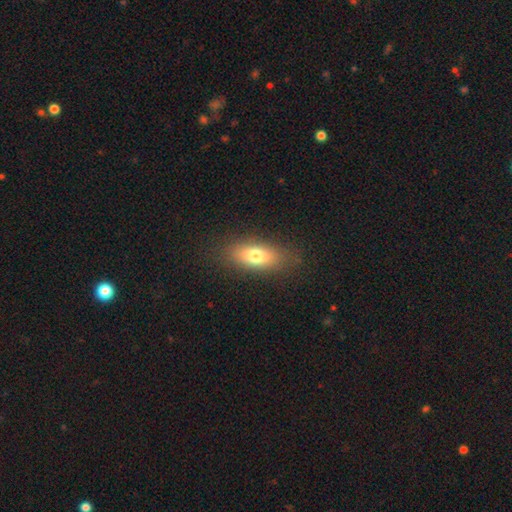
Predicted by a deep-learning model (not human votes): Smooth or featured? Predicted: smooth (p=0.73). How rounded? Predicted: in between (p=0.76). Merging? Predicted: none (p=0.84).